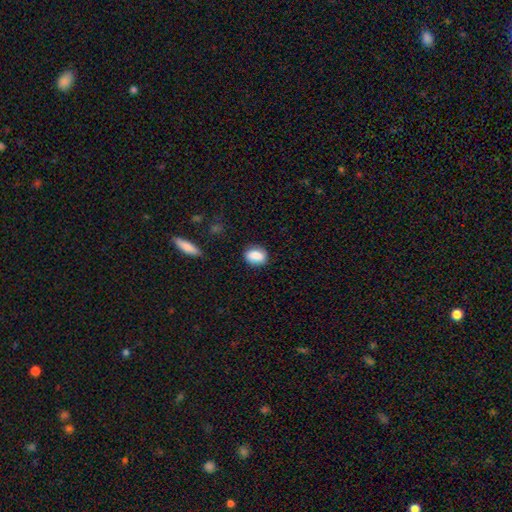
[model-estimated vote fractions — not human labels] Smooth or featured: smooth — 85% (star or artifact — 8%)
How rounded: in between — 69% (round — 29%)
Merging: none — 81% (minor disturbance — 13%)